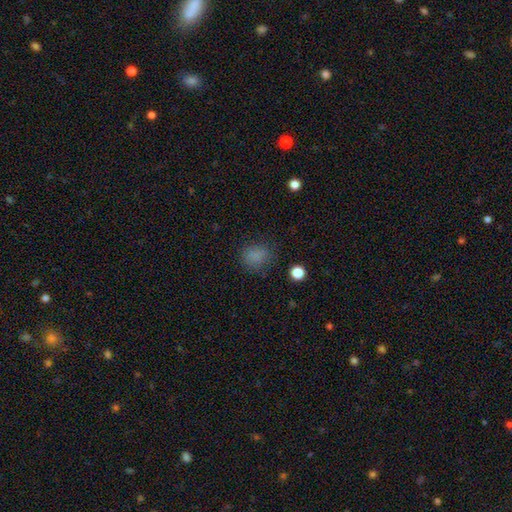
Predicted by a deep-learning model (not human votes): smooth 80%, star or artifact 15%, featured or disk 5%. Down the decision tree: how rounded — round (67%); merging — none (77%).